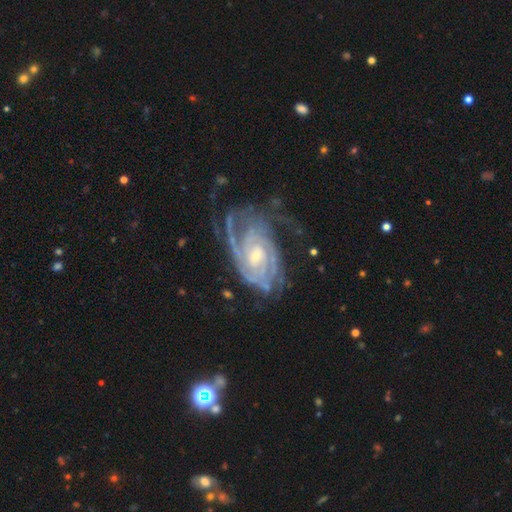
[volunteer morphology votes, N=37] type=featured or disk (95%); edge-on=no (91%); bar=weak (56%); spiral arms=yes (100%); winding=tight (72%); arm count=can't tell (41%); bulge=moderate (78%); merging=none (38%).